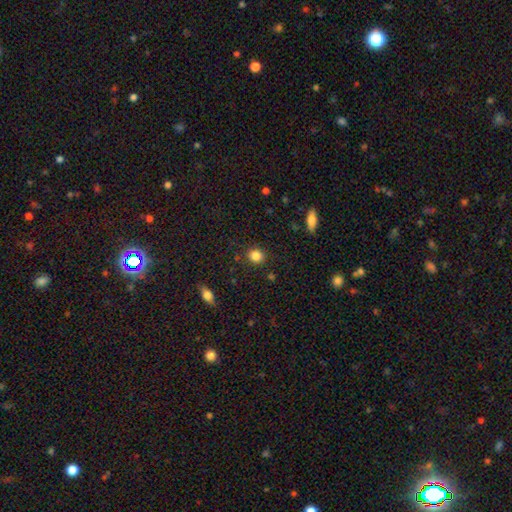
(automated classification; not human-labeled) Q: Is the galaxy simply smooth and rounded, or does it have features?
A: smooth — 85%.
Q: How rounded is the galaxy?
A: round — 78%.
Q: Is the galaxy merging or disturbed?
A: none — 87%.